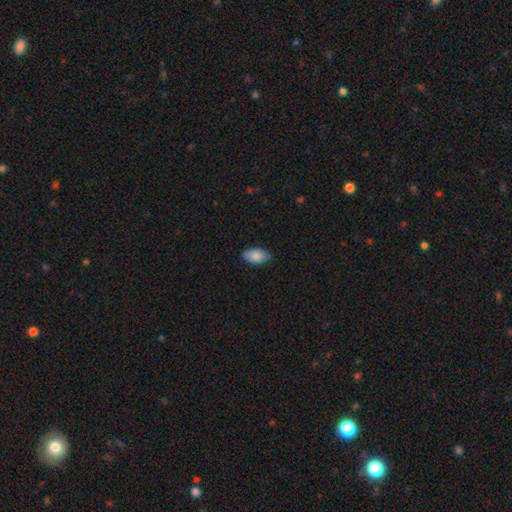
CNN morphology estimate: smooth 84%, featured or disk 10%, star or artifact 7%. Down the decision tree: how rounded — in between (94%); merging — none (80%).